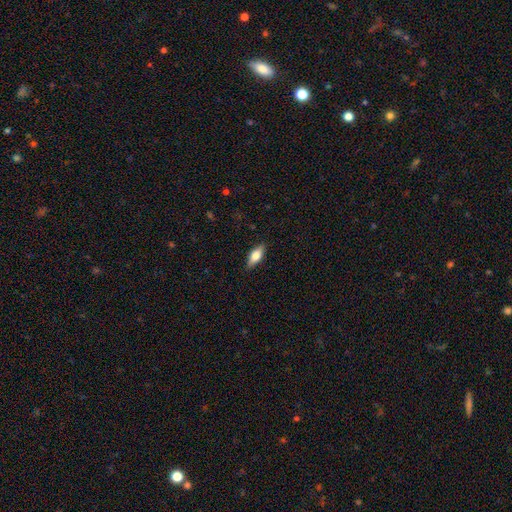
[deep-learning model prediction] A smooth galaxy with no disk features (60%) that is in between round and cigar-shaped (71%). Merging: none (87%).